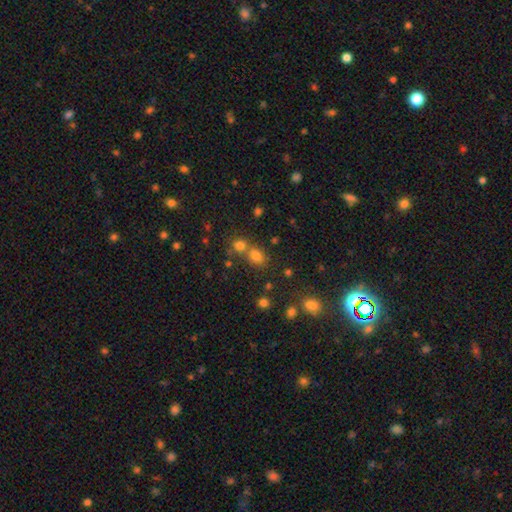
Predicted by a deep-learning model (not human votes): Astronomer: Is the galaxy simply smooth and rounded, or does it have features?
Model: smooth — 69%.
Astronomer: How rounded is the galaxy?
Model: round — 66%.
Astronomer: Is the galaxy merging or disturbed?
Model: none — 53% (runner-up: merger, 36%).